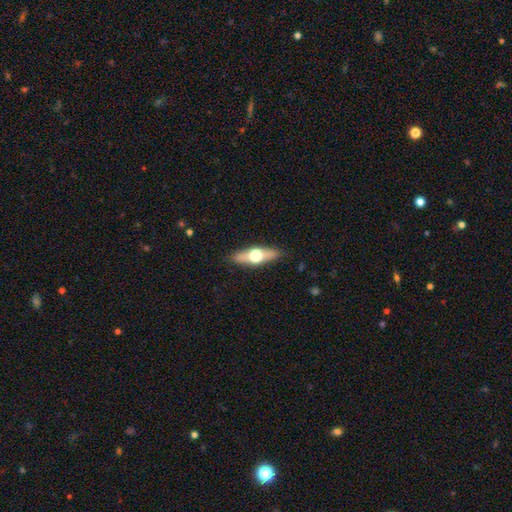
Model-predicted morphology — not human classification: Smooth or featured? Predicted: featured or disk (p=0.56). Edge-on disk? Predicted: yes (p=0.91). Edge-on bulge? Predicted: rounded (p=0.96). Merging? Predicted: none (p=0.88).